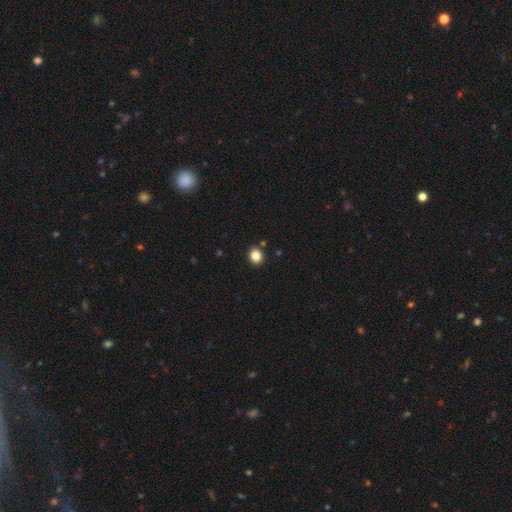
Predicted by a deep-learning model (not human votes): Smooth or featured?
  - smooth: 85% *
  - star or artifact: 11%
  - featured or disk: 4%
How rounded?
  - round: 75% *
  - in between: 25%
  - cigar-shaped: 1%
Merging?
  - none: 88% *
  - minor disturbance: 7%
  - merger: 3%
  - major disturbance: 2%